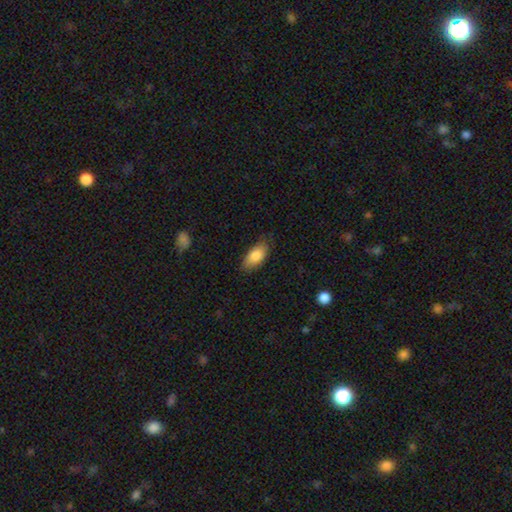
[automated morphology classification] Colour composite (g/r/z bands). It shows a smooth galaxy with no disk features (83%) that is in between round and cigar-shaped (90%). Merging: none (77%).